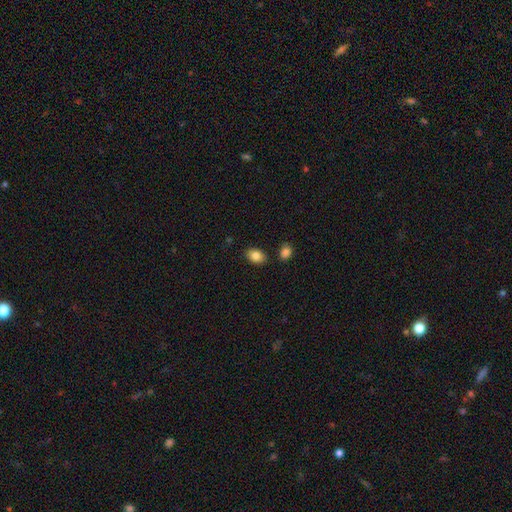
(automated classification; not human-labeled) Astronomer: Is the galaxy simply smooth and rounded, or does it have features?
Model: smooth — 86%.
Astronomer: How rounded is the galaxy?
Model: in between — 80%.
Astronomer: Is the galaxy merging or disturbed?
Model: none — 83%.